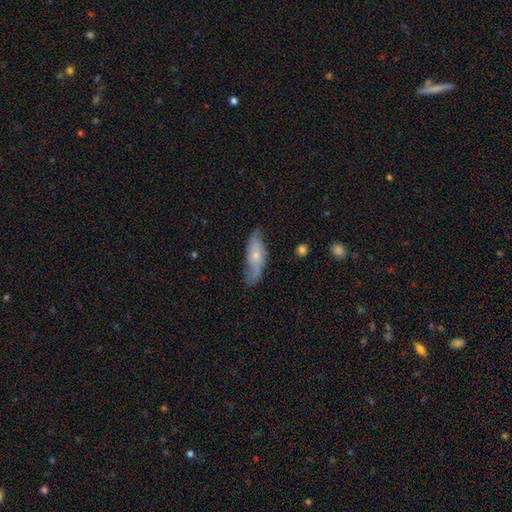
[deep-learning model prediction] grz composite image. It shows a featured or disk galaxy (57%). Merging: none (63%).